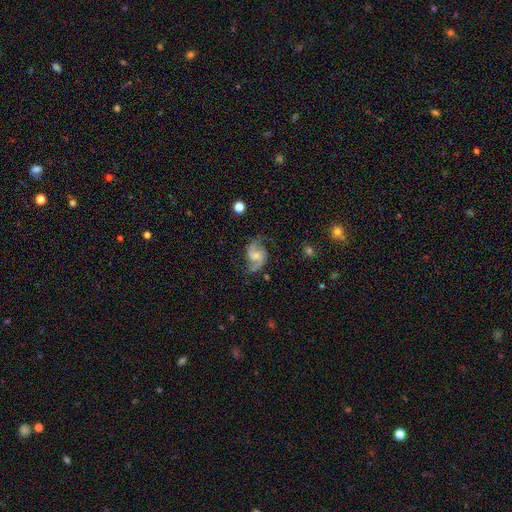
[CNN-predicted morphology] smooth-or-featured: featured or disk: 87% | smooth: 7% | star or artifact: 6%
  disk-edge-on: no: 98% | yes: 2%
    bar: no: 50% | weak: 41% | strong: 9%
    has-spiral-arms: yes: 97% | no: 3%
      spiral-winding: medium: 48% | loose: 41% | tight: 11%
      spiral-arm-count: 2: 93% | can't tell: 2% | 1: 2% | 3: 1% | 4: 1% | more than 4: 1%
    bulge-size: small: 43% | moderate: 39% | none: 13% | large: 4% | dominant: 1%
  merging: none: 74% | minor disturbance: 17% | major disturbance: 8% | merger: 2%